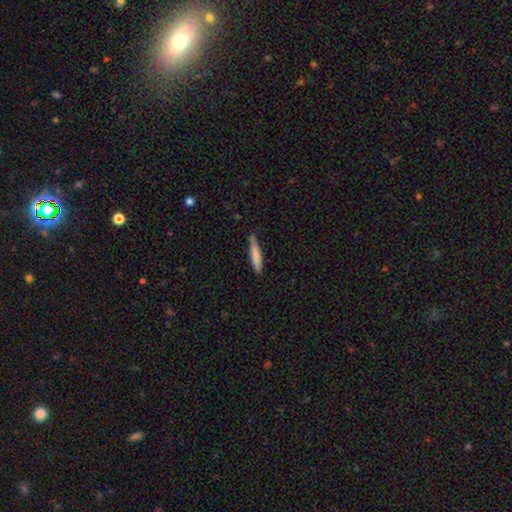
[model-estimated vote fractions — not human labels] Smooth or featured? Predicted: smooth (p=0.79). How rounded? Predicted: cigar-shaped (p=0.91). Merging? Predicted: none (p=0.79).